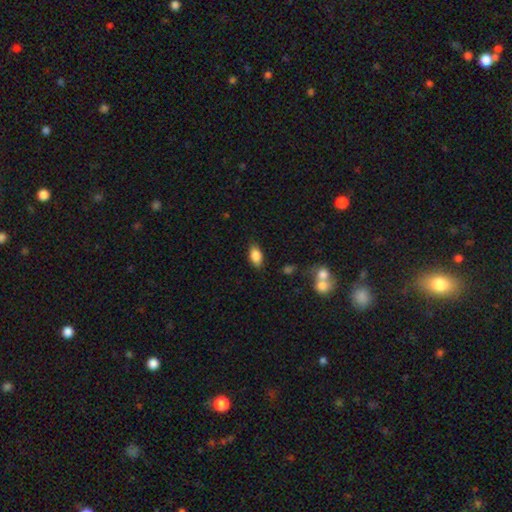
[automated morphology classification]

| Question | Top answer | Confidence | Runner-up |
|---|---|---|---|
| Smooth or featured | smooth | 85% | featured or disk (8%) |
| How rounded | in between | 89% | round (7%) |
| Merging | none | 80% | minor disturbance (14%) |